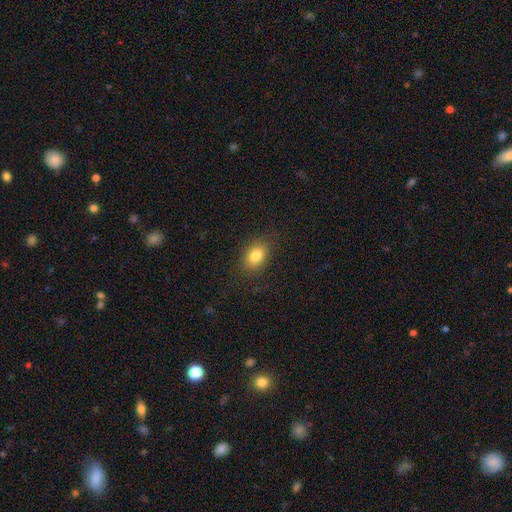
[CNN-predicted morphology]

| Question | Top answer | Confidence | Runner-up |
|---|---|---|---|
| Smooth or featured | smooth | 81% | star or artifact (10%) |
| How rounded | in between | 76% | round (22%) |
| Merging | none | 84% | minor disturbance (11%) |